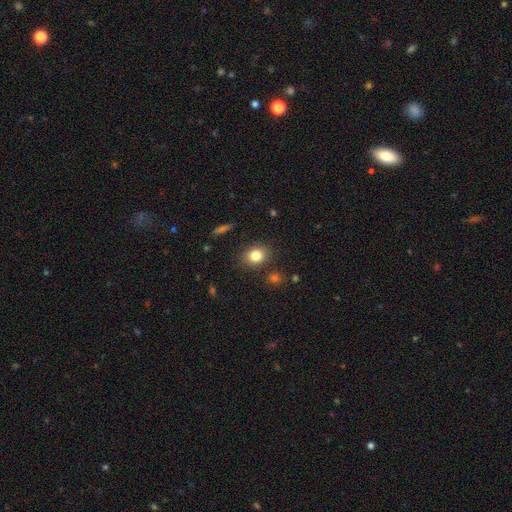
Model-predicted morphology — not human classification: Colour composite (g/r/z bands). It shows a smooth galaxy with no disk features (82%) that is round (54%). Merging: none (84%).